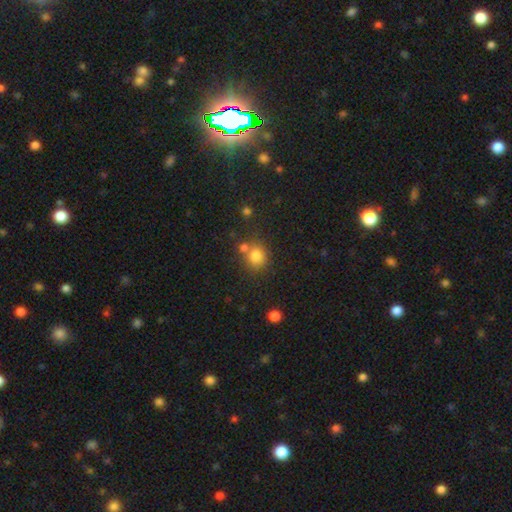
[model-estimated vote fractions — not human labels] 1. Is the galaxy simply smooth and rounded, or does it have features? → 81% smooth, 13% star or artifact, 7% featured or disk.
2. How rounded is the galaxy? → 82% round, 17% in between, 1% cigar-shaped.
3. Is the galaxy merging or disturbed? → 66% none, 20% merger, 11% minor disturbance, 4% major disturbance.